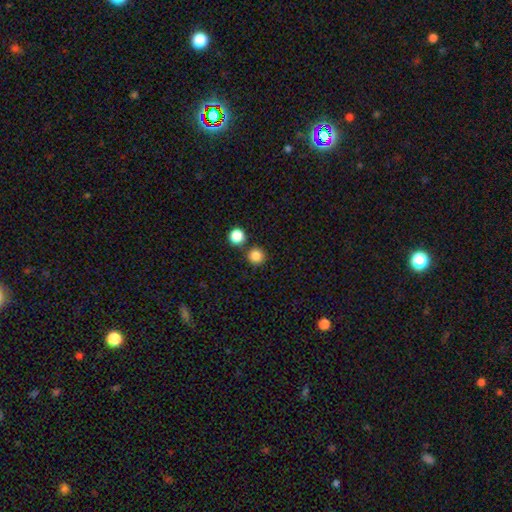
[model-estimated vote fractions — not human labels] Morphology: type=smooth (85%); roundness=round (95%); merging=none (83%).